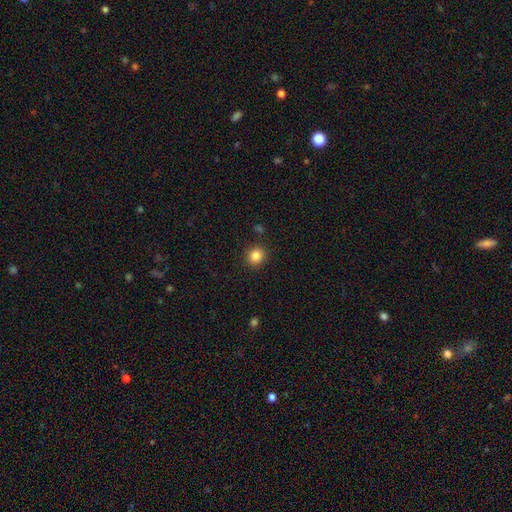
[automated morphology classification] Q: Smooth or featured?
A: smooth (84%); runner-up: star or artifact (11%)
Q: How rounded?
A: round (89%); runner-up: in between (10%)
Q: Merging?
A: none (89%); runner-up: minor disturbance (7%)